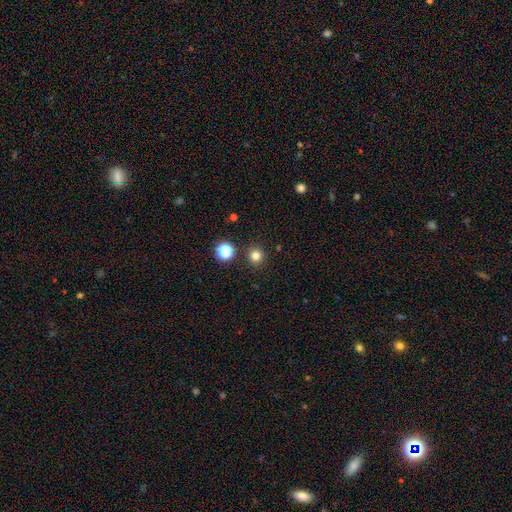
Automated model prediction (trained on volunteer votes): smooth-or-featured: smooth: 79% | star or artifact: 16% | featured or disk: 5%
  how-rounded: round: 93% | in between: 6% | cigar-shaped: 1%
  merging: none: 90% | minor disturbance: 6% | merger: 3% | major disturbance: 2%